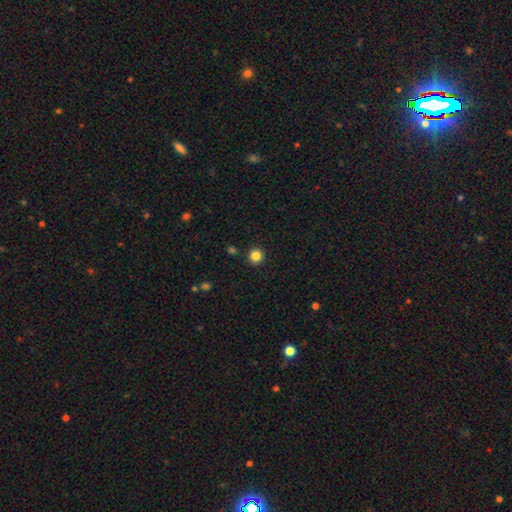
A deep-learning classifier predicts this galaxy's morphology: Overall: smooth (85%). How rounded: round (95%). Merging: none (92%).